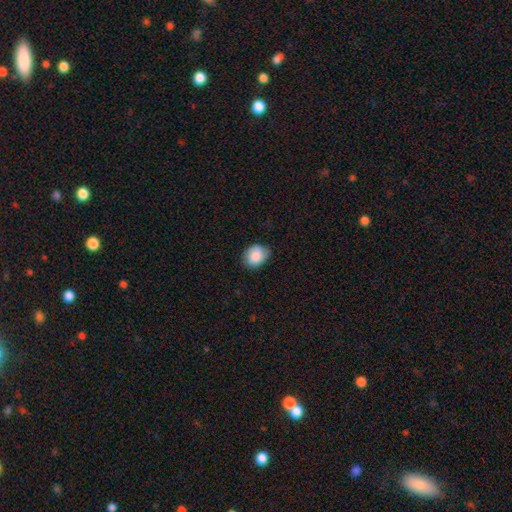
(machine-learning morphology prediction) The model was most divided on "how rounded": round: 53%, in between: 46%, cigar-shaped: 1%. More confident: smooth or featured — smooth (84%); merging — none (68%).